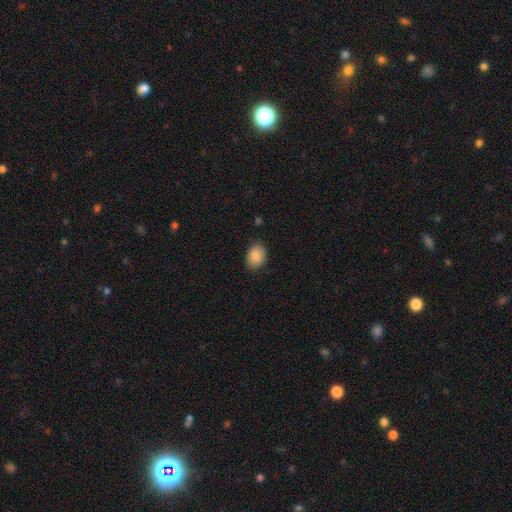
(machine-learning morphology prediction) This appears to be a smooth galaxy with no disk features (88%) that is in between round and cigar-shaped (68%). Merging: none (84%).